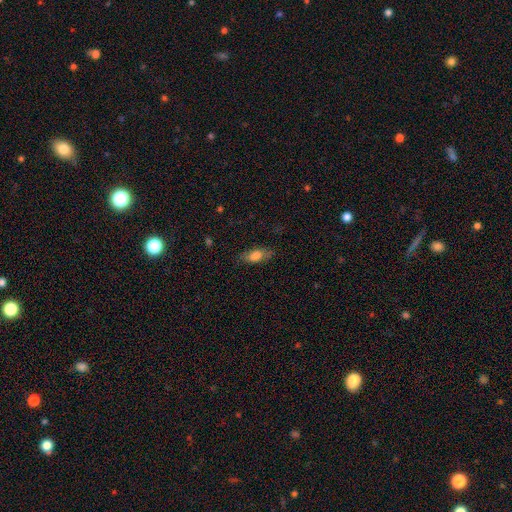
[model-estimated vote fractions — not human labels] Q: Smooth or featured?
A: smooth (74%); runner-up: featured or disk (19%)
Q: How rounded?
A: in between (79%); runner-up: cigar-shaped (17%)
Q: Merging?
A: none (78%); runner-up: minor disturbance (16%)